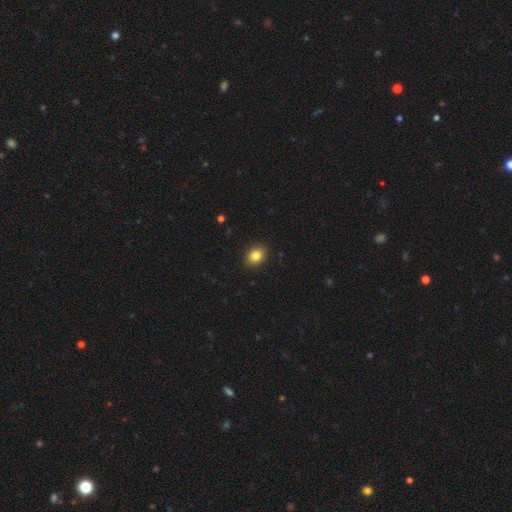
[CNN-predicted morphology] smooth_or_featured: smooth (p=0.83) [alt: star or artifact p=0.10]
how_rounded: in between (p=0.51) [alt: round p=0.48]
merging: none (p=0.91) [alt: minor disturbance p=0.07]